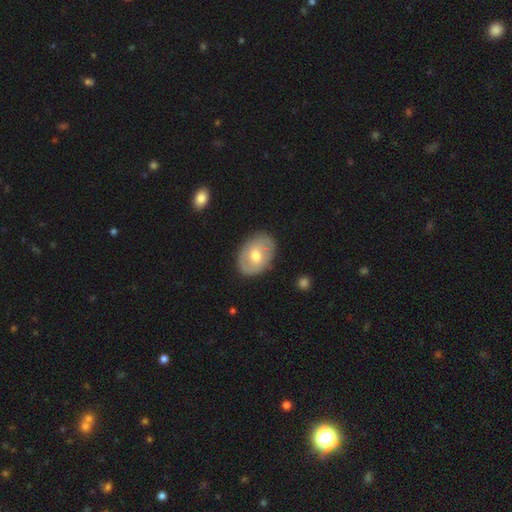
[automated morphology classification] Smooth or featured?
  - smooth: 49% *
  - featured or disk: 45%
  - star or artifact: 6%
Merging?
  - none: 82% *
  - minor disturbance: 13%
  - major disturbance: 3%
  - merger: 1%